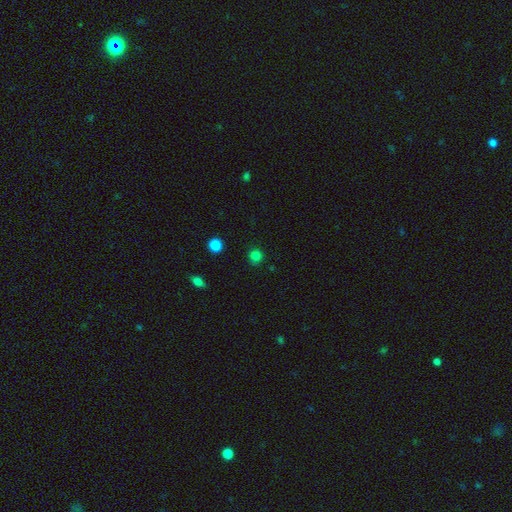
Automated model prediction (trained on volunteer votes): Overall: smooth (81%). How rounded: round (92%). Merging: none (89%).